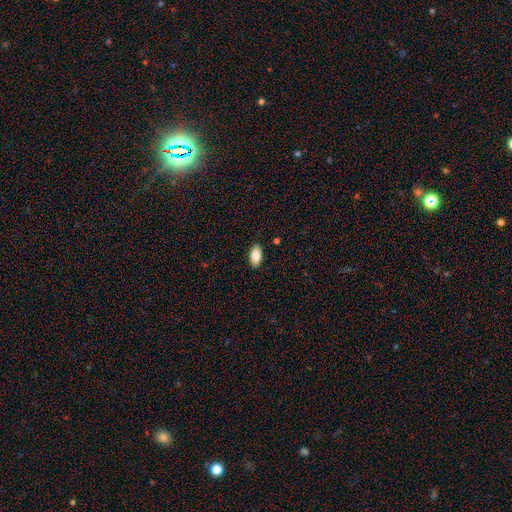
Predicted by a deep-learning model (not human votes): A smooth galaxy with no disk features (83%) that is in between round and cigar-shaped (92%).

Vote fractions:
- Smooth or featured? smooth: 83% / featured or disk: 10% / star or artifact: 7%
- How rounded? in between: 92% / cigar-shaped: 5% / round: 3%
- Merging? none: 89% / minor disturbance: 8% / major disturbance: 2% / merger: 1%